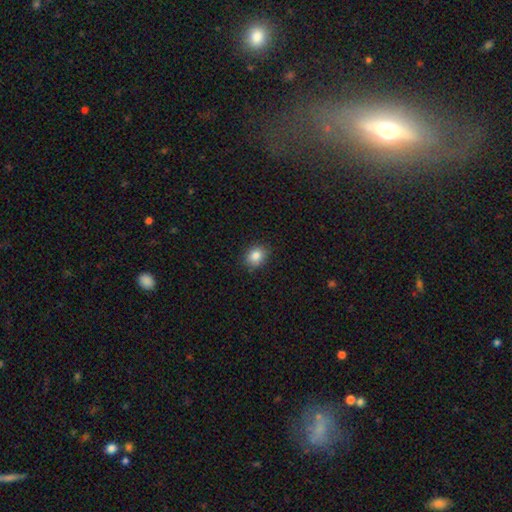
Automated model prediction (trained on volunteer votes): Smooth or featured? Predicted: smooth (p=0.85). How rounded? Predicted: round (p=0.57). Merging? Predicted: none (p=0.86).